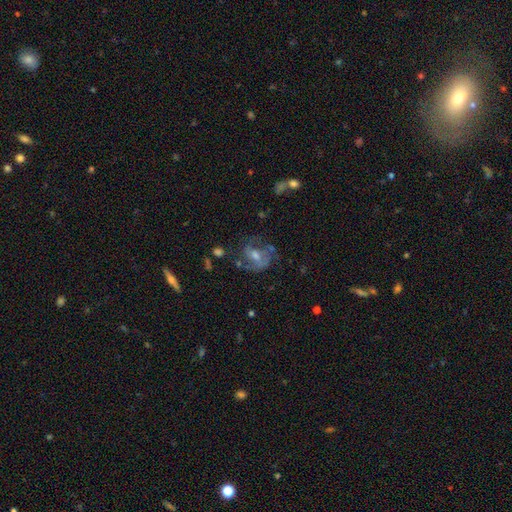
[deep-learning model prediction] The model was most divided on "bar": weak: 47%, no: 36%, strong: 17%. Remaining: edge-on disk — no (97%); spiral arms — yes (82%); smooth or featured — featured or disk (72%); spiral arm count — 2 (57%); bulge size — moderate (55%); merging — none (54%); spiral winding — medium (50%).